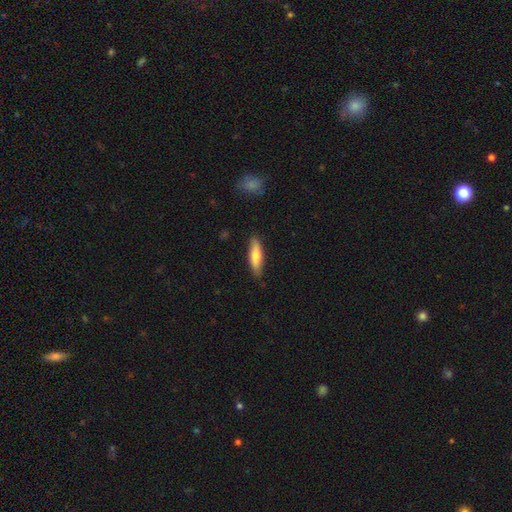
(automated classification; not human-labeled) The model was most divided on "how rounded": cigar-shaped: 58%, in between: 40%, round: 2%. More confident: merging — none (82%); smooth or featured — smooth (72%).